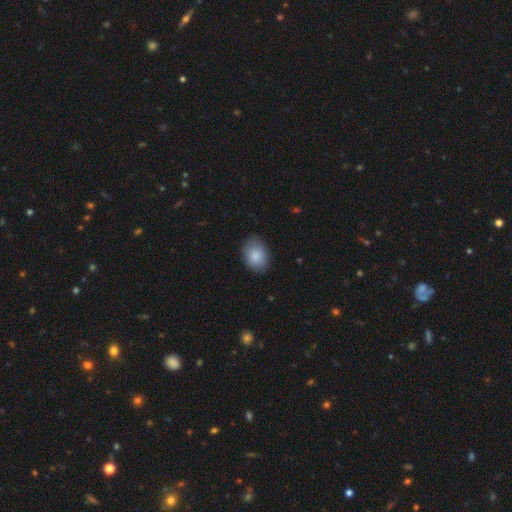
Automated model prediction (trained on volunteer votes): The model was most divided on "how rounded": in between: 71%, round: 28%, cigar-shaped: 1%. More confident: smooth or featured — smooth (86%); merging — none (83%).